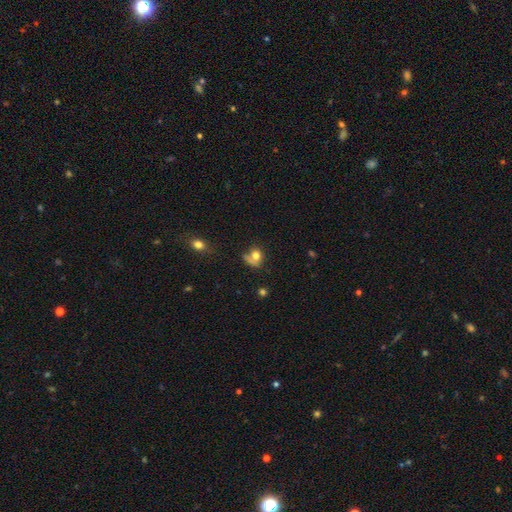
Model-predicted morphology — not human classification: type=smooth (70%); roundness=round (65%); merging=none (42%).